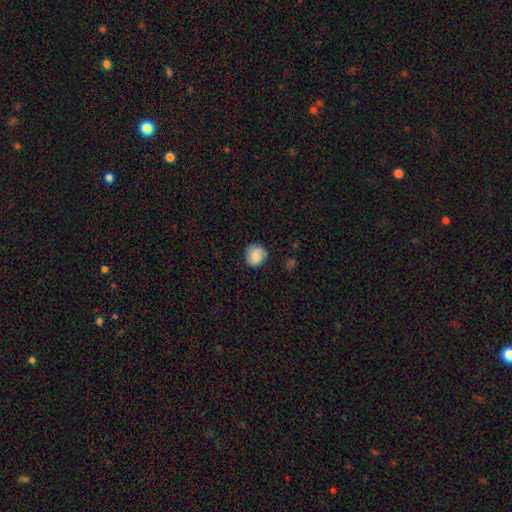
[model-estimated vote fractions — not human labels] Smooth or featured: smooth — 72% (featured or disk — 19%)
How rounded: round — 84% (in between — 15%)
Merging: none — 79% (minor disturbance — 16%)